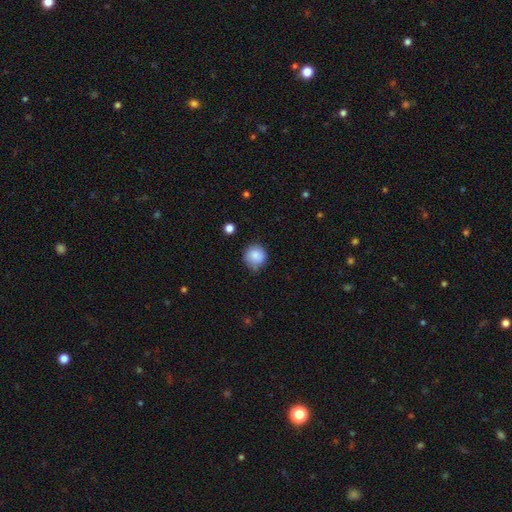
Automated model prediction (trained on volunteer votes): This appears to be a smooth galaxy with no disk features (85%) that is round (91%). Merging: none (74%).